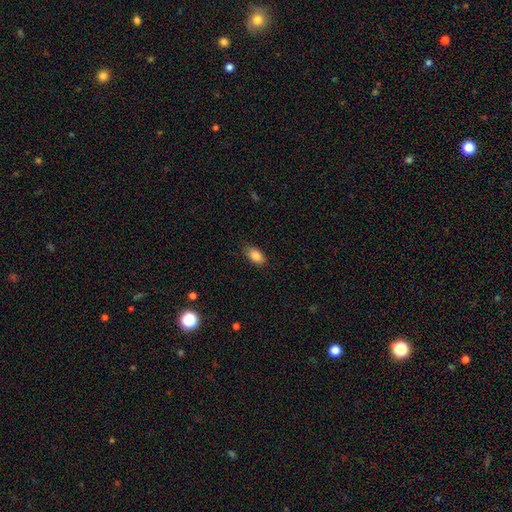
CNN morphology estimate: smooth 87%, star or artifact 8%, featured or disk 5%. Down the decision tree: how rounded — in between (91%); merging — none (84%).